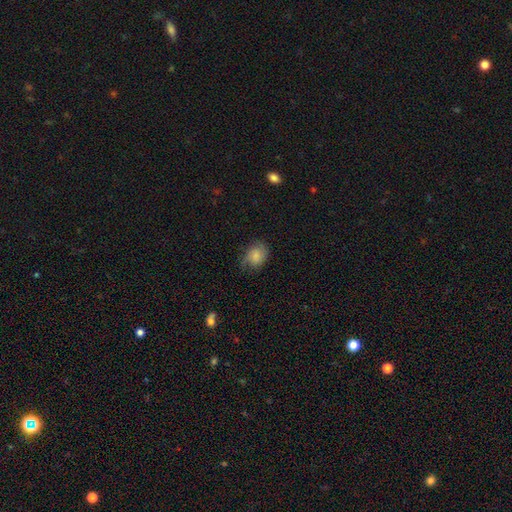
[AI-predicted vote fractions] This appears to be a smooth galaxy with no disk features (70%) that is in between round and cigar-shaped (52%). Merging: none (59%).